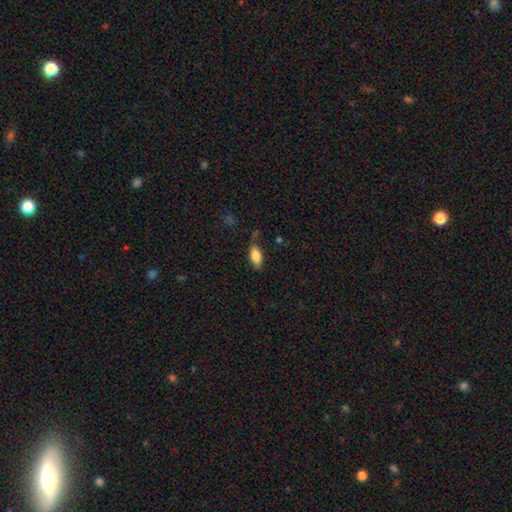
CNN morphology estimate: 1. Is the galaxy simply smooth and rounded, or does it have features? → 83% smooth, 10% featured or disk, 7% star or artifact.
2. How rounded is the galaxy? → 88% in between, 9% cigar-shaped, 3% round.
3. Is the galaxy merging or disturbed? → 72% none, 20% minor disturbance, 5% major disturbance, 3% merger.